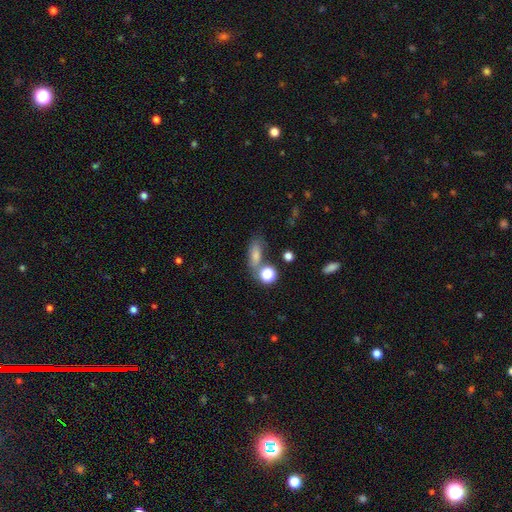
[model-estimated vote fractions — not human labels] A smooth galaxy with no disk features (73%) that is in between round and cigar-shaped (64%). Merging: none (53%).